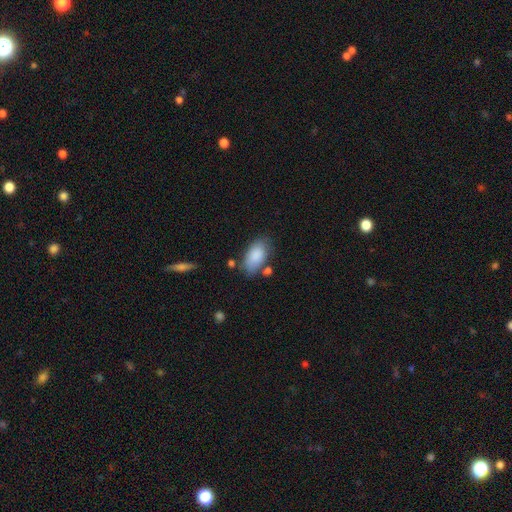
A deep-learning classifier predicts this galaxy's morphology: smooth_or_featured: smooth (p=0.86) [alt: featured or disk p=0.07]
how_rounded: in between (p=0.93) [alt: round p=0.04]
merging: none (p=0.67) [alt: minor disturbance p=0.20]